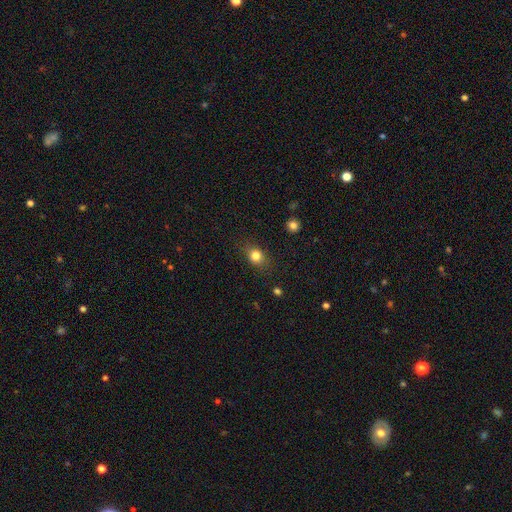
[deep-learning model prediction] Morphology: type=smooth (81%); roundness=round (55%); merging=none (82%).